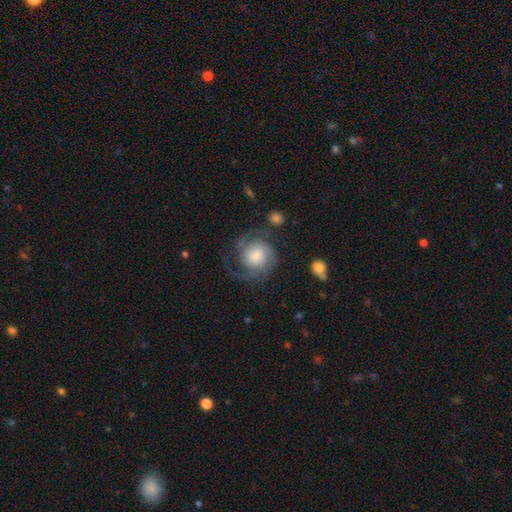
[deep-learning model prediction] Smooth or featured? Predicted: featured or disk (p=0.82). Edge-on disk? Predicted: no (p=0.98). Bar? Predicted: no (p=0.75). Spiral arms? Predicted: yes (p=0.96). Spiral winding? Predicted: tight (p=0.48). Spiral arm count? Predicted: 2 (p=0.47). Bulge size? Predicted: moderate (p=0.50). Merging? Predicted: none (p=0.68).